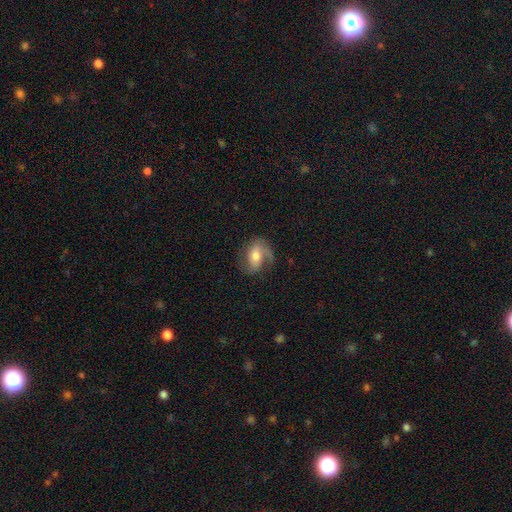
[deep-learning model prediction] Morphology: type=featured or disk (66%); edge-on=no (96%); bar=no (42%); spiral arms=yes (91%); winding=medium (45%); arm count=2 (70%); bulge=moderate (62%); merging=none (65%).